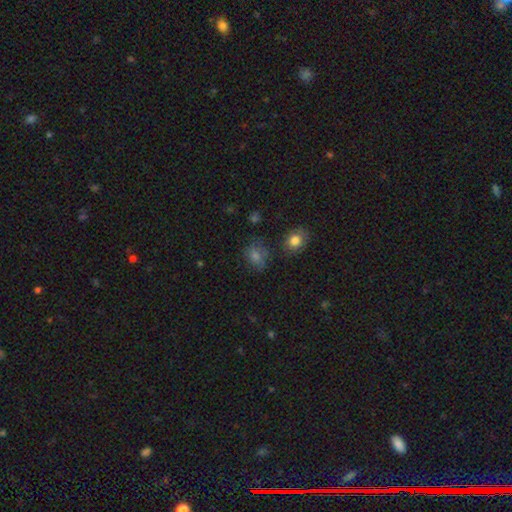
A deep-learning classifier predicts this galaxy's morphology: type=smooth (63%); roundness=round (50%); merging=none (68%).